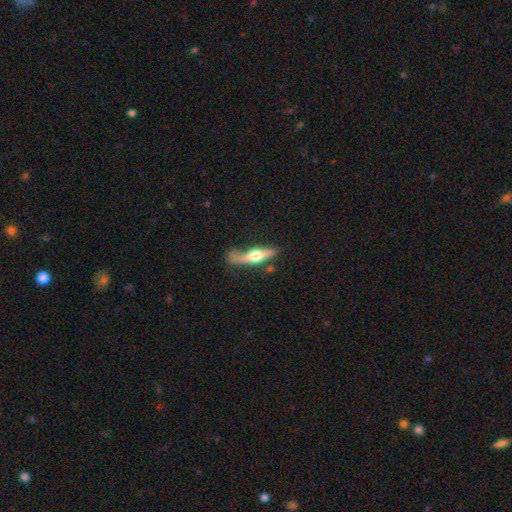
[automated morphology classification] Smooth or featured? featured or disk (63%)
Edge-on disk? yes (91%)
Edge-on bulge? rounded (95%)
Merging? none (57%)